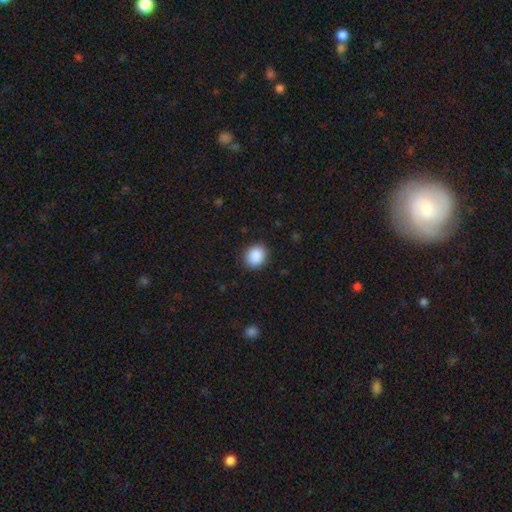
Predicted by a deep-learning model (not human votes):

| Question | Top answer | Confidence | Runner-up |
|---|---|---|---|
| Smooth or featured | smooth | 89% | star or artifact (8%) |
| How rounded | round | 66% | in between (34%) |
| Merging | none | 89% | minor disturbance (8%) |